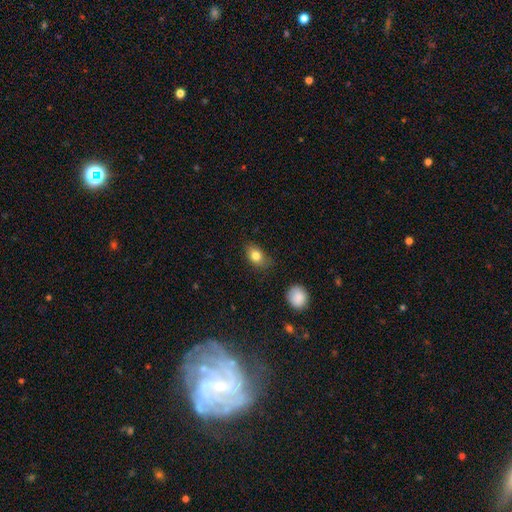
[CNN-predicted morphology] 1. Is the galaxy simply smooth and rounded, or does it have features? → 81% smooth, 10% featured or disk, 9% star or artifact.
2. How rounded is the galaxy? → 75% in between, 23% round, 2% cigar-shaped.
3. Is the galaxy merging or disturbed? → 69% none, 23% minor disturbance, 5% major disturbance, 2% merger.